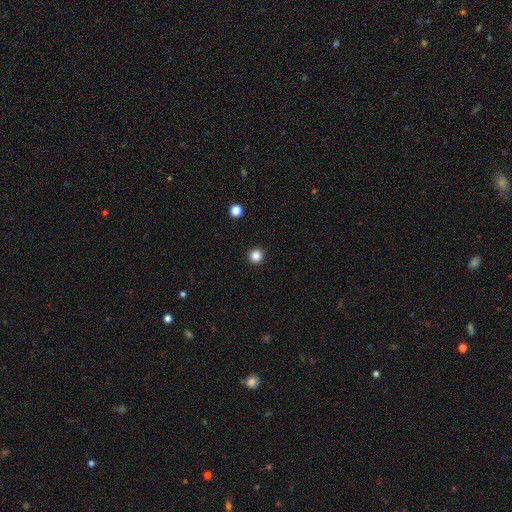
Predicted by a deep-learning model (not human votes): Q: Smooth or featured?
A: smooth (85%); runner-up: star or artifact (12%)
Q: How rounded?
A: round (96%); runner-up: in between (3%)
Q: Merging?
A: none (94%); runner-up: minor disturbance (4%)